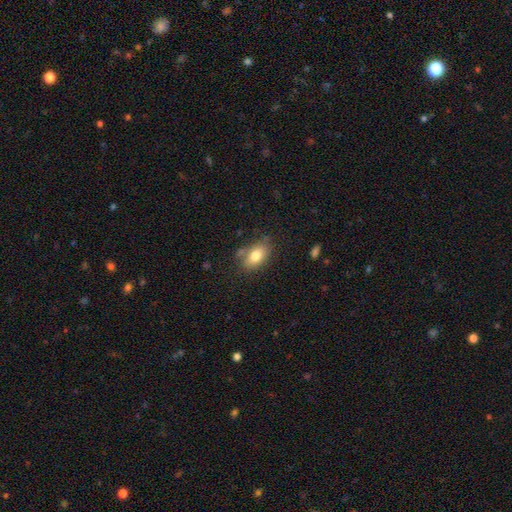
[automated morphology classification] smooth-or-featured: smooth: 79% | featured or disk: 13% | star or artifact: 8%
  how-rounded: in between: 88% | round: 9% | cigar-shaped: 2%
  merging: none: 70% | minor disturbance: 19% | merger: 6% | major disturbance: 5%